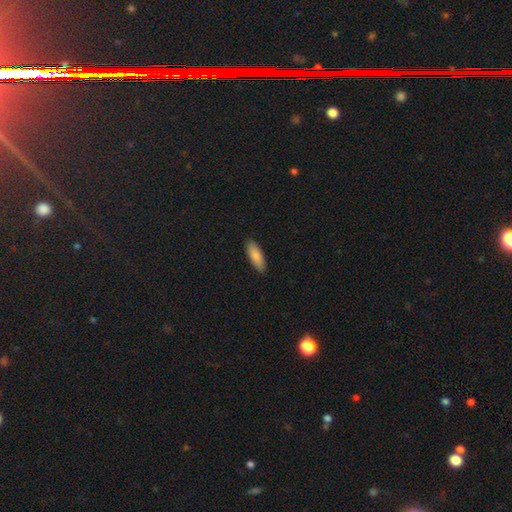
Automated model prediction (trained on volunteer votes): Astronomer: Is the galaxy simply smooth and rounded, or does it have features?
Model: smooth — 87%.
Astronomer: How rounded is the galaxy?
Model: in between — 67%.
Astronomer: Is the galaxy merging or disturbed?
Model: none — 89%.